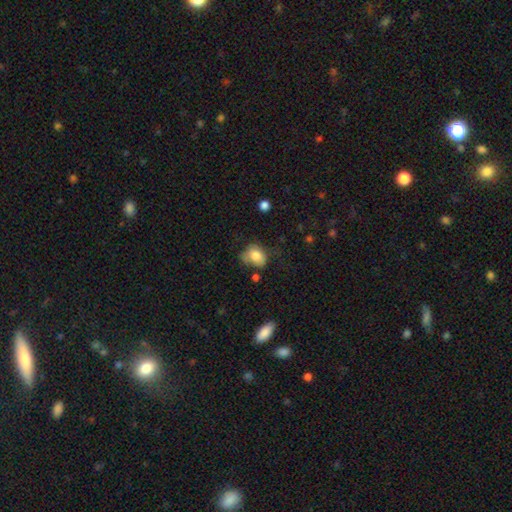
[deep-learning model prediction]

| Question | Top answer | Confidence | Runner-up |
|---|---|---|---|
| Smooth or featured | smooth | 76% | featured or disk (15%) |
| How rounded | in between | 59% | round (40%) |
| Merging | none | 41% | minor disturbance (34%) |